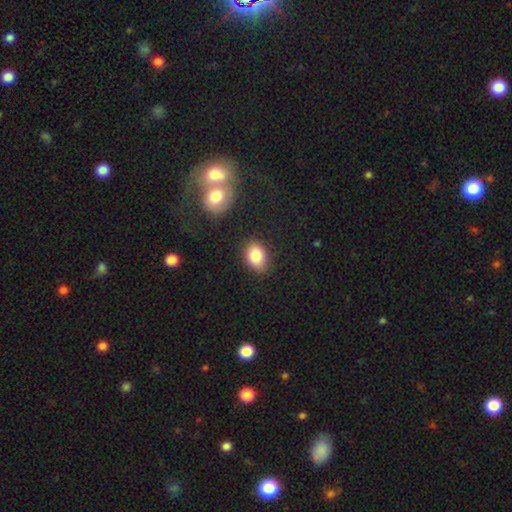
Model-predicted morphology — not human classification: The model was most divided on "how rounded": in between: 75%, round: 23%, cigar-shaped: 1%. More confident: smooth or featured — smooth (84%); merging — none (81%).